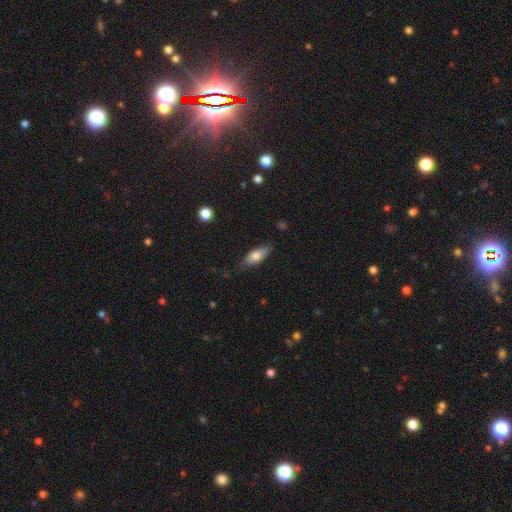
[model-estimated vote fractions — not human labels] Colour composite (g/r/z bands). It shows a smooth galaxy with no disk features (70%) that is in between round and cigar-shaped (67%). Merging: none (77%).